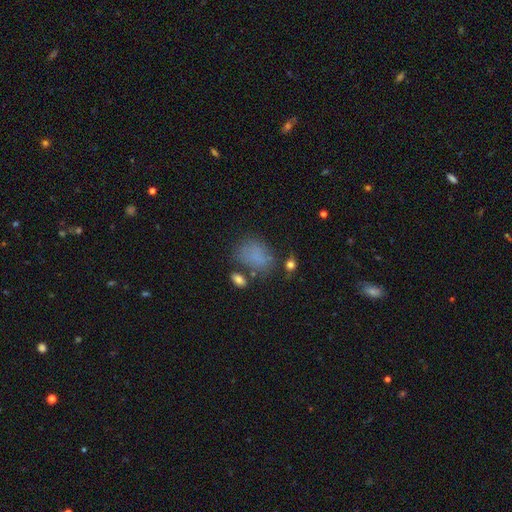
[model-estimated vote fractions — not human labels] smooth_or_featured: smooth (p=0.70) [alt: star or artifact p=0.16]
how_rounded: in between (p=0.64) [alt: round p=0.34]
merging: none (p=0.51) [alt: minor disturbance p=0.23]